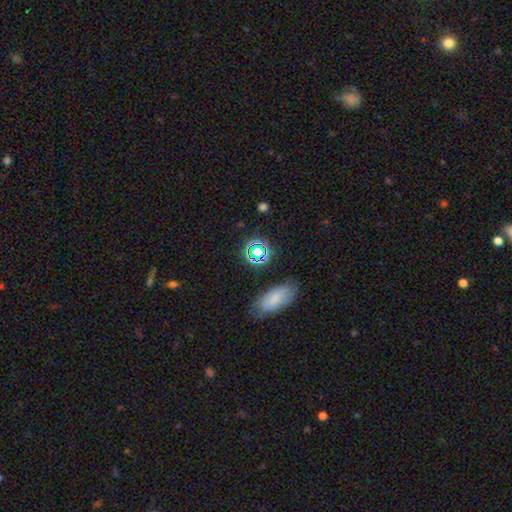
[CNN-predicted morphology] smooth-or-featured: smooth: 46% | star or artifact: 44% | featured or disk: 11%
  merging: none: 74% | minor disturbance: 14% | major disturbance: 7% | merger: 5%